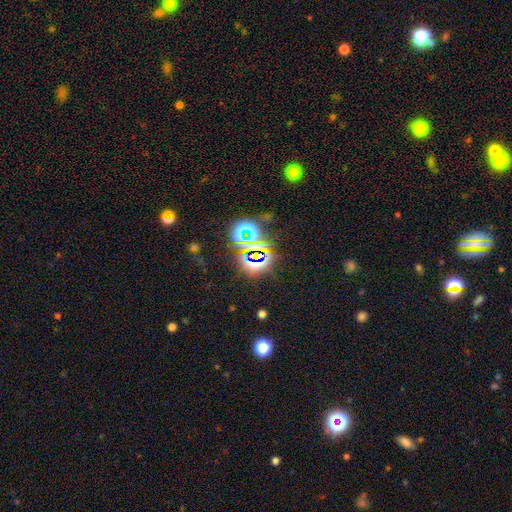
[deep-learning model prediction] Q: Smooth or featured?
A: star or artifact (78%); runner-up: smooth (13%)